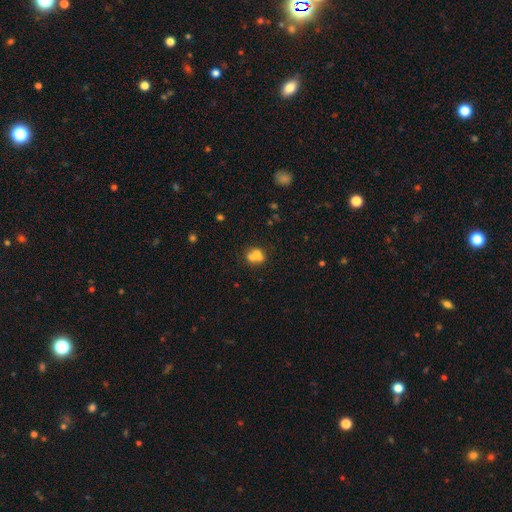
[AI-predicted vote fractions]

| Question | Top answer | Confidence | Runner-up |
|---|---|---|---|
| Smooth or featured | smooth | 60% | featured or disk (26%) |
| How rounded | round | 59% | in between (39%) |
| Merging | merger | 55% | none (32%) |